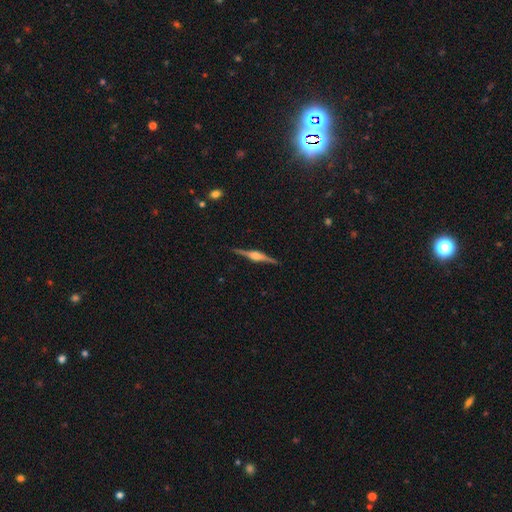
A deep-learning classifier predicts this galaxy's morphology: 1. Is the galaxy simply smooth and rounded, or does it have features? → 86% featured or disk, 9% smooth, 6% star or artifact.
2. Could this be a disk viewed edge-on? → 98% yes, 2% no.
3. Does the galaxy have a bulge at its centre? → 86% rounded, 12% boxy, 2% none.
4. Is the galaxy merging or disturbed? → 91% none, 7% minor disturbance, 1% major disturbance, 1% merger.